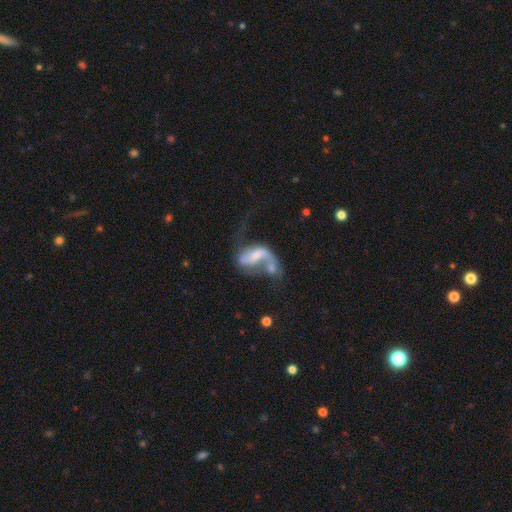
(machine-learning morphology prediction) This appears to be a featured or disk galaxy (70%) with no bar (40%), 2 (61%) loose (73%) spiral arms (78%) and a small central bulge (41%). Merging: merger (41%).